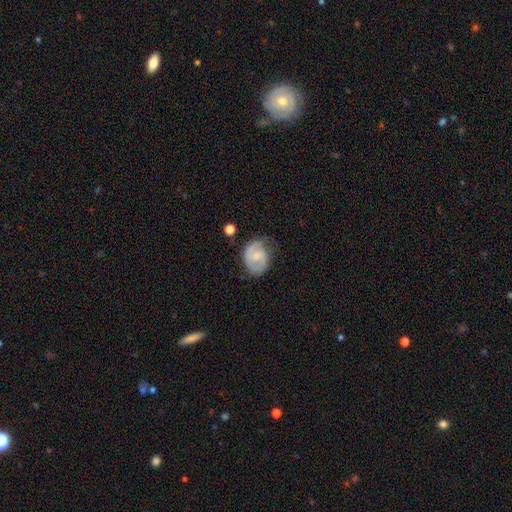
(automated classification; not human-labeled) A featured or disk galaxy (61%) with no bar (51%), 2 (62%) tight (42%, tied with medium) spiral arms (87%) and a small central bulge (46%).

Vote fractions:
- Smooth or featured? featured or disk: 61% / smooth: 32% / star or artifact: 7%
- Edge-on disk? no: 97% / yes: 3%
- Bar? no: 51% / weak: 41% / strong: 7%
- Spiral arms? yes: 87% / no: 13%
- Spiral winding? tight: 42% (tied) / medium: 42% (tied) / loose: 16%
- Spiral arm count? 2: 62% / 1: 20% / can't tell: 14% / 3: 2% / 4: 1% / more than 4: 1%
- Bulge size? small: 46% / moderate: 27% / none: 23% / large: 3% / dominant: 1%
- Merging? none: 60% / minor disturbance: 27% / major disturbance: 11% / merger: 2%